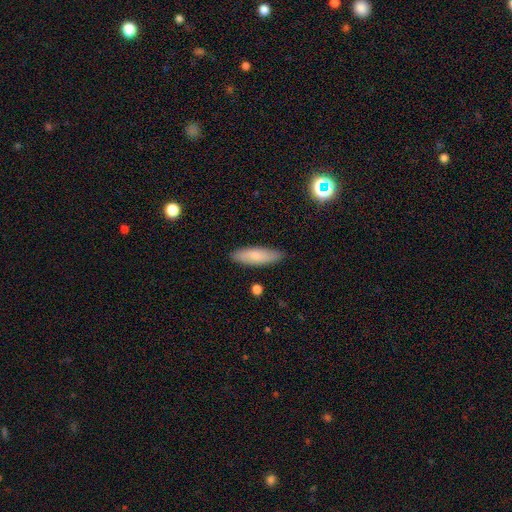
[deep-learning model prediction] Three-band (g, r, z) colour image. It shows a smooth galaxy with no disk features (75%) that is in between round and cigar-shaped (51%). Merging: none (86%).